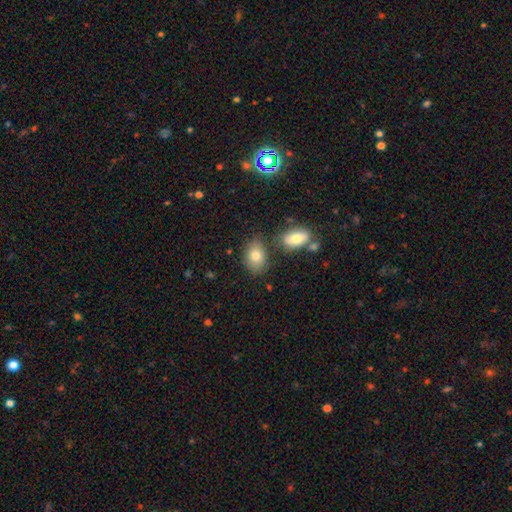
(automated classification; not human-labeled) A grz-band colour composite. It shows a smooth galaxy with no disk features (79%) that is in between round and cigar-shaped (78%). Merging: none (70%).